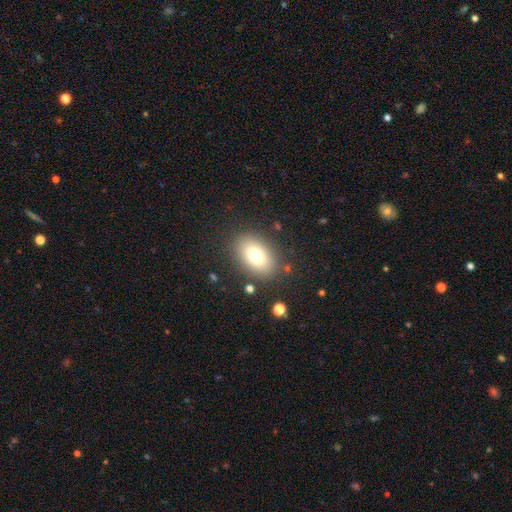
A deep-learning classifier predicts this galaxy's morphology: A smooth galaxy with no disk features (78%) that is in between round and cigar-shaped (86%). Merging: none (84%).